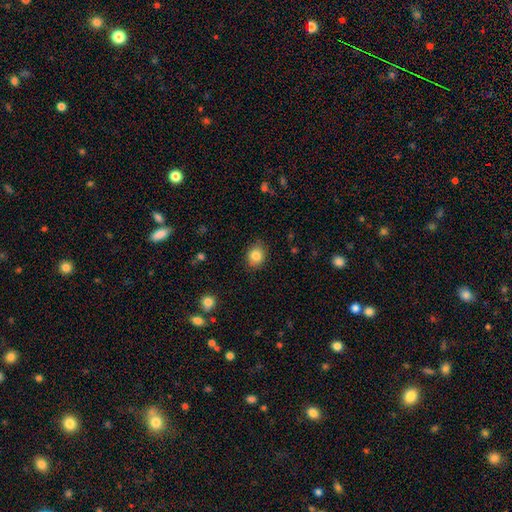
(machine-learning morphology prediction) A smooth galaxy with no disk features (84%) that is round (60%). Merging: none (85%).